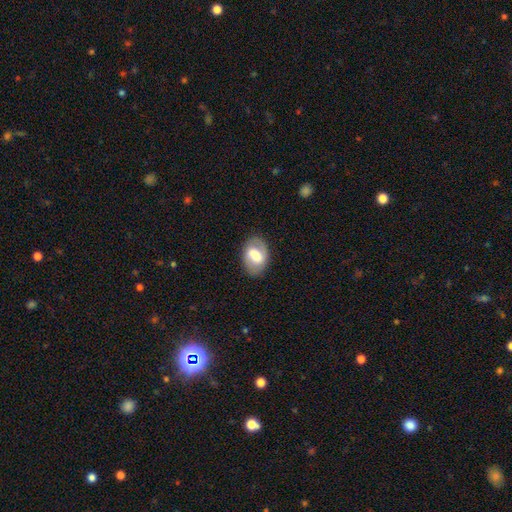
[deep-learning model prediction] featured or disk 50%, smooth 43%, star or artifact 7%. Down the decision tree: edge-on disk — no (95%); merging — none (83%).